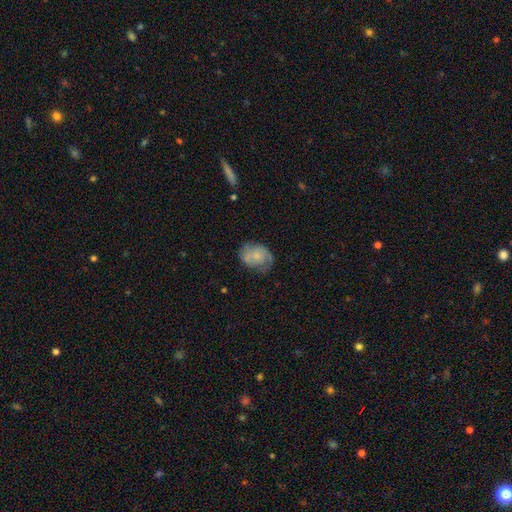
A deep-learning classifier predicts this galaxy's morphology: Smooth or featured: featured or disk — 49% (smooth — 44%)
Merging: none — 59% (minor disturbance — 27%)